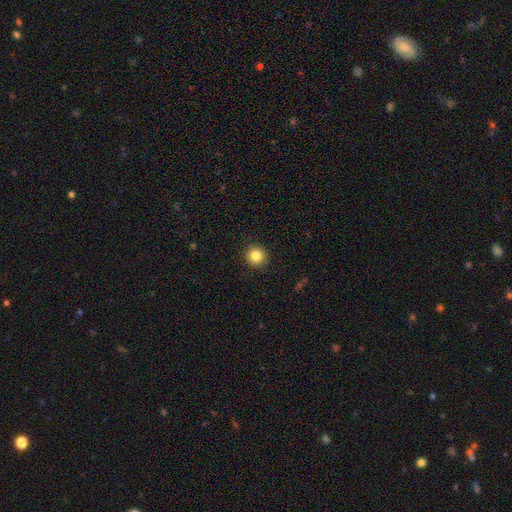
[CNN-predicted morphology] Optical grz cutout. It shows a smooth galaxy with no disk features (84%) that is round (94%). Merging: none (93%).